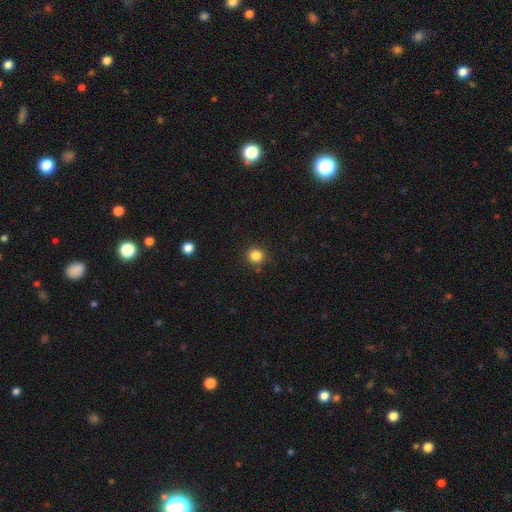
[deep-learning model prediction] Q: Smooth or featured?
A: smooth (84%); runner-up: star or artifact (12%)
Q: How rounded?
A: round (91%); runner-up: in between (8%)
Q: Merging?
A: none (88%); runner-up: minor disturbance (7%)